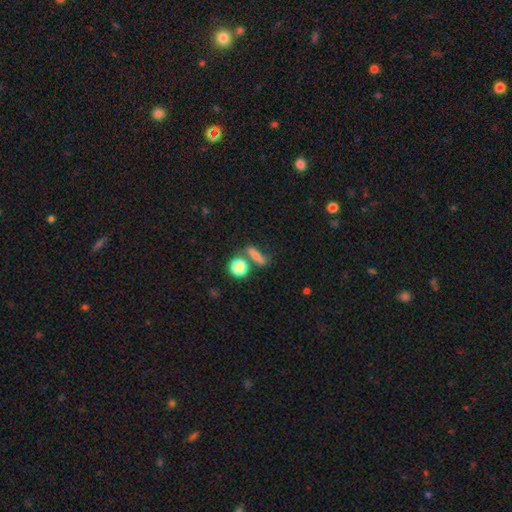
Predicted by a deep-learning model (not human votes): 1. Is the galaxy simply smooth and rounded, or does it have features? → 64% smooth, 18% featured or disk, 17% star or artifact.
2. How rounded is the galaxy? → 48% cigar-shaped, 28% in between, 23% round.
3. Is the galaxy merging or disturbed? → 56% none, 19% merger, 16% minor disturbance, 9% major disturbance.